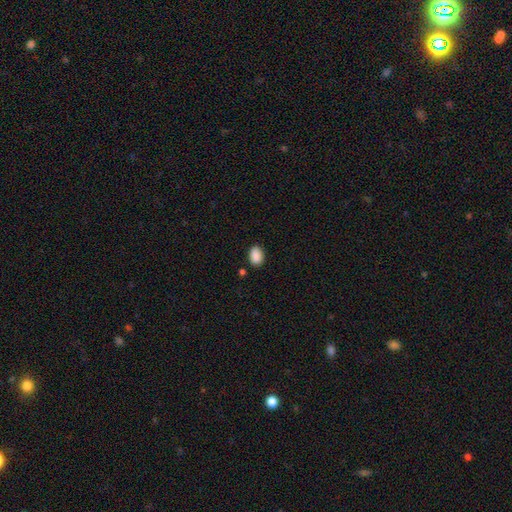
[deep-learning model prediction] Q: Smooth or featured?
A: smooth (89%); runner-up: star or artifact (8%)
Q: How rounded?
A: in between (77%); runner-up: round (21%)
Q: Merging?
A: none (84%); runner-up: minor disturbance (11%)